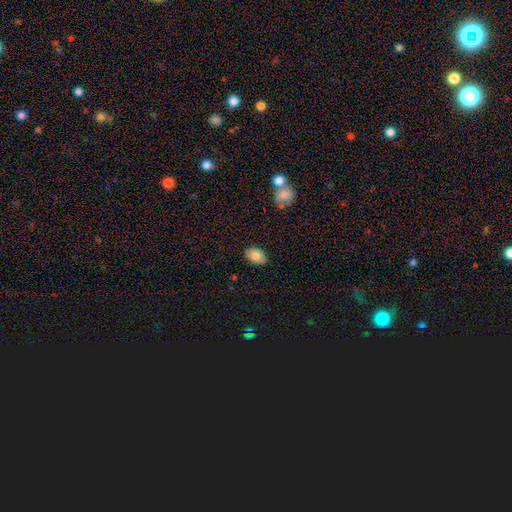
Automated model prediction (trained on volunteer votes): This appears to be a smooth galaxy with no disk features (81%) that is in between round and cigar-shaped (88%). Merging: none (85%).